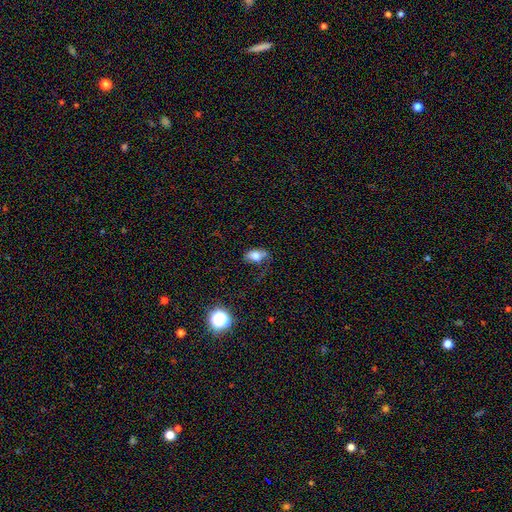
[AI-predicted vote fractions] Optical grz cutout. It shows a smooth galaxy with no disk features (75%) that is in between round and cigar-shaped (86%). Merging: none (47%).